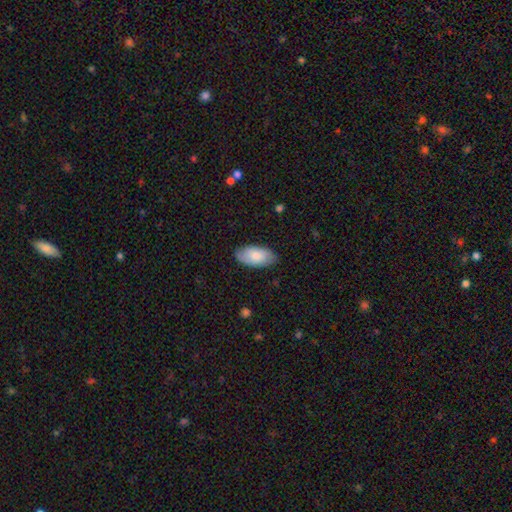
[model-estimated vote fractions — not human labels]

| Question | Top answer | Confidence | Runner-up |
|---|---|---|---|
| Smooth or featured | smooth | 78% | featured or disk (17%) |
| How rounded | in between | 95% | cigar-shaped (3%) |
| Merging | none | 83% | minor disturbance (13%) |